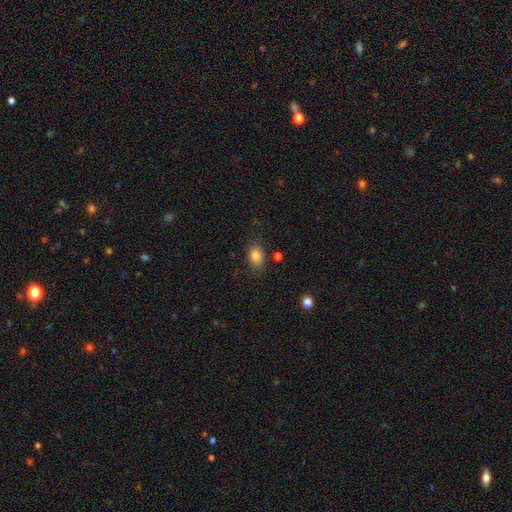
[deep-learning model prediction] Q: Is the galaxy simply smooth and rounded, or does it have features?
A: smooth — 84%.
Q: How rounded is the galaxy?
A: in between — 74%.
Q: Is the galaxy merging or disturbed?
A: none — 79%.